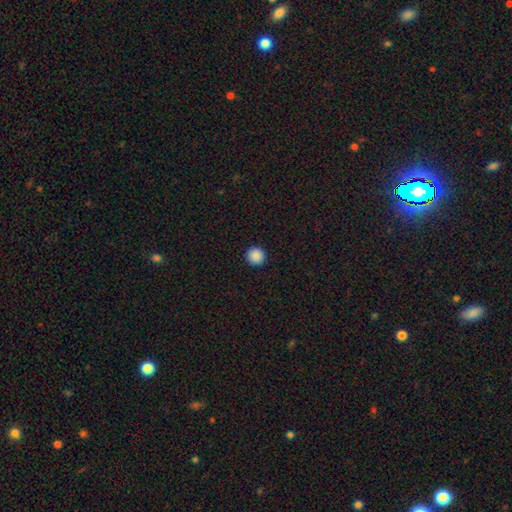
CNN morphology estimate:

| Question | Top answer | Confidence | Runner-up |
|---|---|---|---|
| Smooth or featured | smooth | 89% | star or artifact (9%) |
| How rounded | round | 96% | in between (4%) |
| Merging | none | 94% | minor disturbance (4%) |